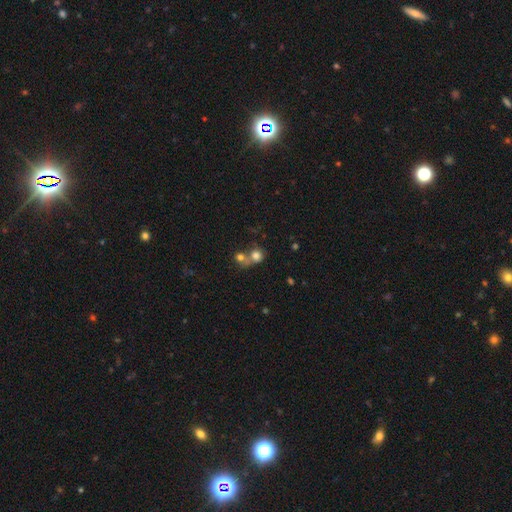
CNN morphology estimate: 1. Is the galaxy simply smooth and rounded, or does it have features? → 75% smooth, 13% star or artifact, 12% featured or disk.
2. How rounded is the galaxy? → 82% round, 17% in between, 1% cigar-shaped.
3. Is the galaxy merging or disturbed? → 53% merger, 34% none, 8% minor disturbance, 5% major disturbance.